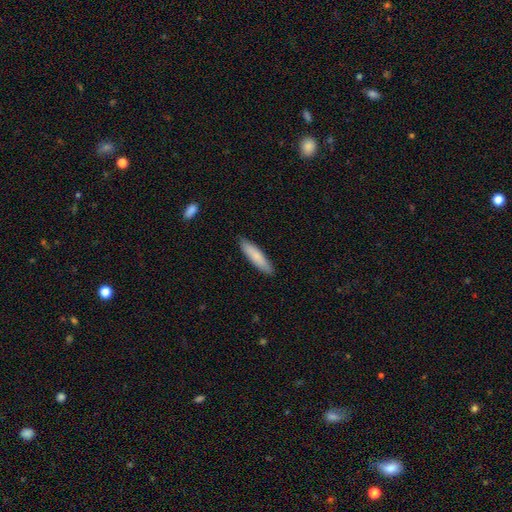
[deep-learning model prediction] A smooth galaxy with no disk features (82%) that is cigar-shaped (79%).

Vote fractions:
- Smooth or featured? smooth: 82% / featured or disk: 13% / star or artifact: 5%
- How rounded? cigar-shaped: 79% / in between: 20% / round: 1%
- Merging? none: 89% / minor disturbance: 8% / major disturbance: 2% / merger: 1%